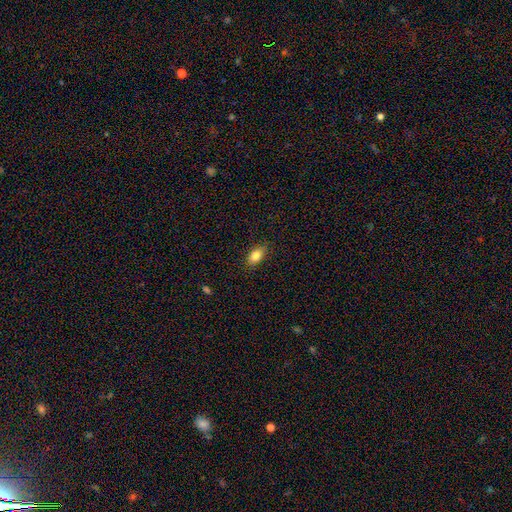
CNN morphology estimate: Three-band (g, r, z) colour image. It shows a smooth galaxy with no disk features (83%) that is in between round and cigar-shaped (87%). Merging: none (86%).